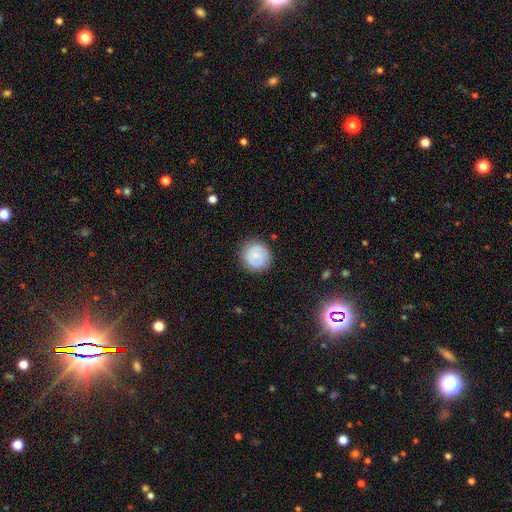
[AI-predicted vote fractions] Morphology: type=smooth (65%); roundness=round (93%); merging=none (86%).